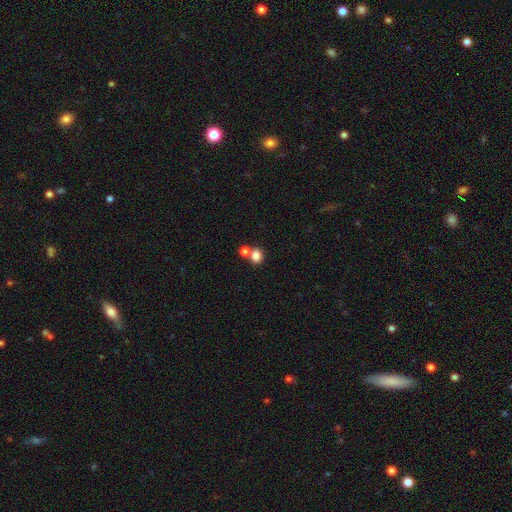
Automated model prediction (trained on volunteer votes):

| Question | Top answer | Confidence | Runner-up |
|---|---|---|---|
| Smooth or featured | smooth | 82% | star or artifact (11%) |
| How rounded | round | 76% | in between (23%) |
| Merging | none | 54% | merger (36%) |